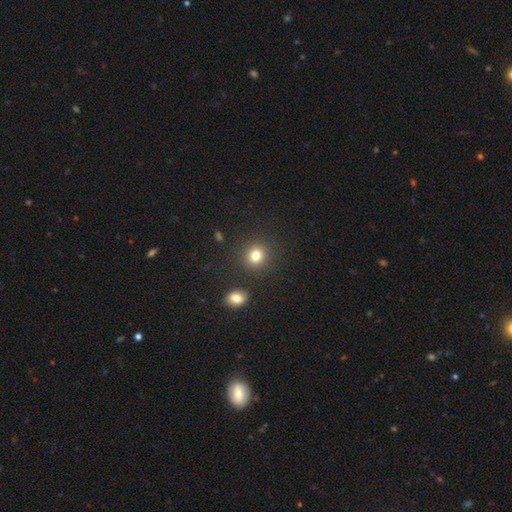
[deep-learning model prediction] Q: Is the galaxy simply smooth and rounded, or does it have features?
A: smooth — 81%.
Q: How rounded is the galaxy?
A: round — 86%.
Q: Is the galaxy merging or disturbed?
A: none — 87%.